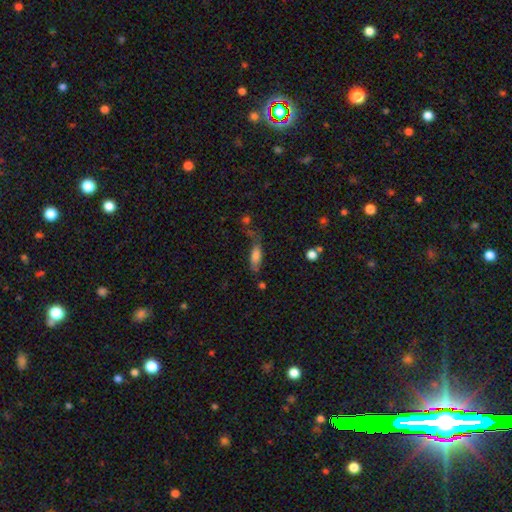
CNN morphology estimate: smooth 74%, featured or disk 18%, star or artifact 9%. Down the decision tree: how rounded — in between (75%); merging — none (44%).